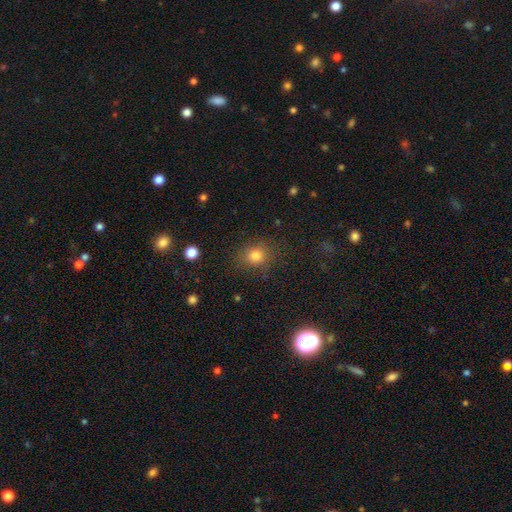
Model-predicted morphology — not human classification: The model was most divided on "how rounded": round: 69%, in between: 30%, cigar-shaped: 1%. More confident: smooth or featured — smooth (80%); merging — none (80%).